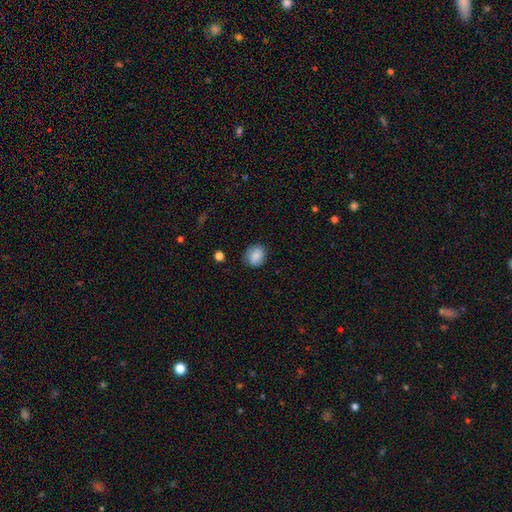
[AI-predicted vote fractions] Overall: smooth (84%). How rounded: round (62%; in between 37%). Merging: none (80%).